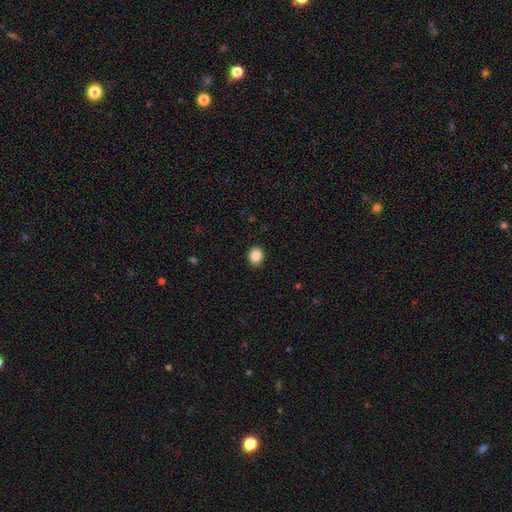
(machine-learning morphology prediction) Smooth or featured? Predicted: smooth (p=0.86). How rounded? Predicted: round (p=0.62). Merging? Predicted: none (p=0.92).